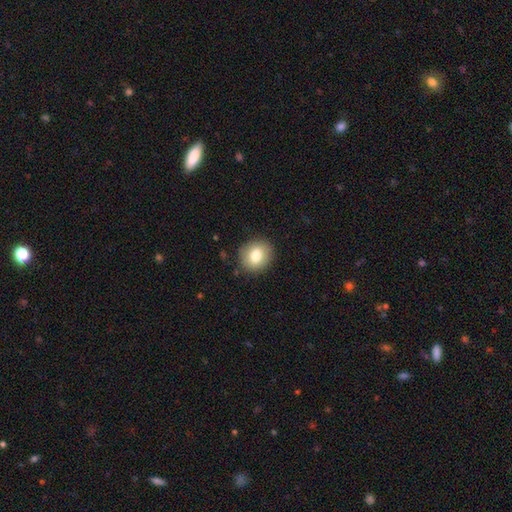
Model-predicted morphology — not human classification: smooth_or_featured: smooth (p=0.79) [alt: featured or disk p=0.12]
how_rounded: round (p=0.70) [alt: in between p=0.29]
merging: none (p=0.88) [alt: minor disturbance p=0.08]